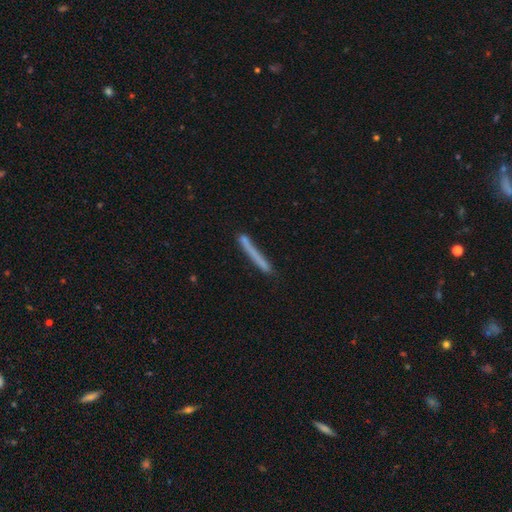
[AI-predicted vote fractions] Smooth or featured?
  - smooth: 64% *
  - featured or disk: 29%
  - star or artifact: 8%
How rounded?
  - cigar-shaped: 97% *
  - in between: 2%
  - round: 1%
Merging?
  - none: 78% *
  - minor disturbance: 14%
  - merger: 5%
  - major disturbance: 4%